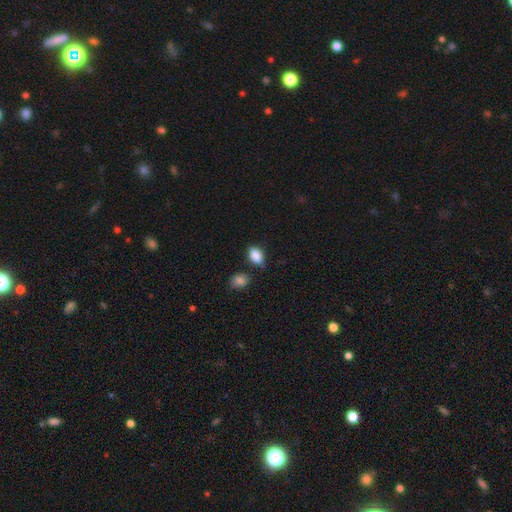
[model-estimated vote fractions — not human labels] Overall: smooth (88%). How rounded: in between (86%). Merging: none (70%).